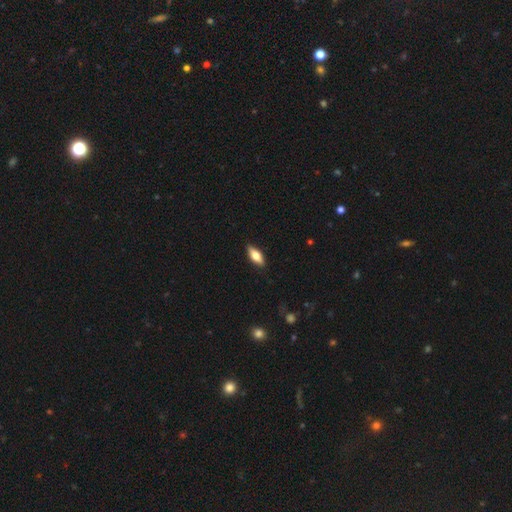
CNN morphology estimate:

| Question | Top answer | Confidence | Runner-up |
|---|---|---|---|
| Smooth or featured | smooth | 68% | featured or disk (26%) |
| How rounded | in between | 77% | cigar-shaped (20%) |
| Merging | none | 88% | minor disturbance (9%) |